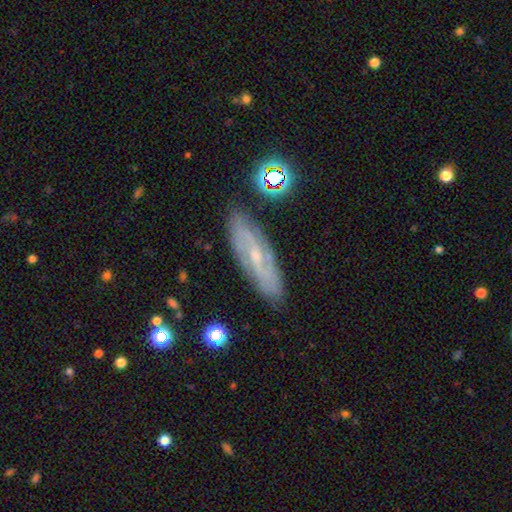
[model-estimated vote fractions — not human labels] Morphology: type=featured or disk (73%); edge-on=no (81%); bar=weak (48%); spiral arms=yes (87%); winding=medium (42%); arm count=2 (71%); bulge=small (68%); merging=none (83%).